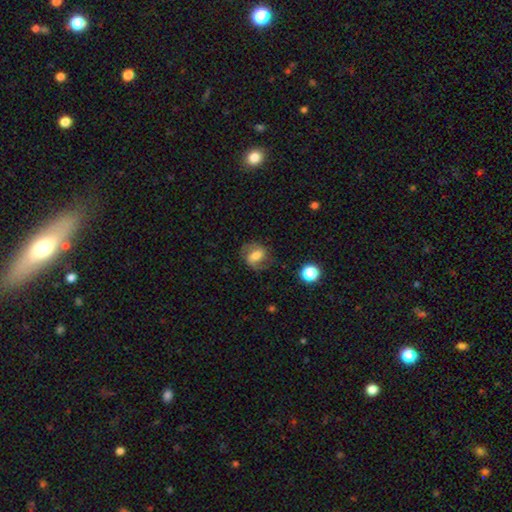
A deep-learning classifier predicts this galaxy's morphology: This appears to be a featured or disk galaxy (51%). Merging: none (72%).